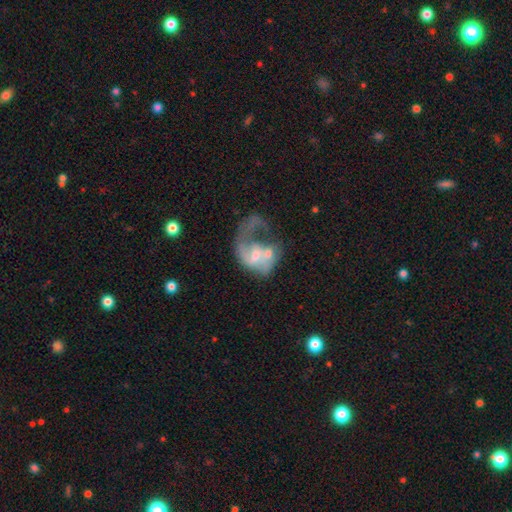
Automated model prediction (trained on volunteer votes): This appears to be a featured or disk galaxy (69%) with no bar (59%), spiral arms (68%) and a moderate central bulge (48%). Merging: major disturbance (42%).